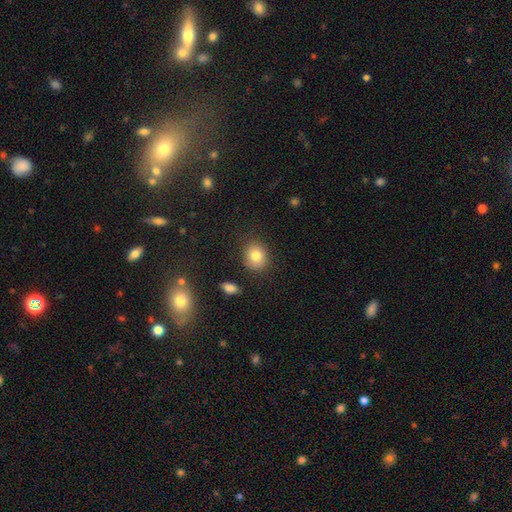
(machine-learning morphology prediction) The model was most divided on "how rounded": round: 69%, in between: 30%, cigar-shaped: 1%. More confident: merging — none (82%); smooth or featured — smooth (81%).